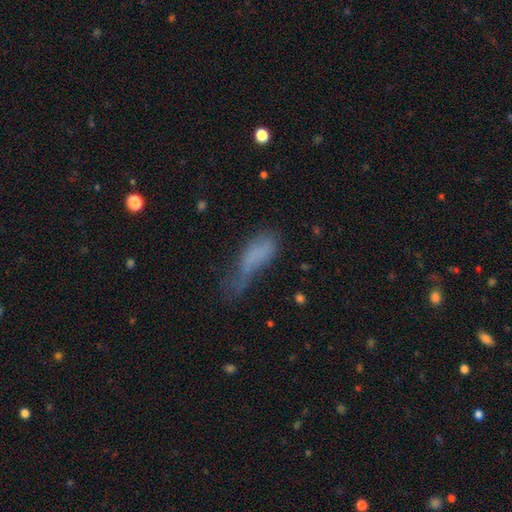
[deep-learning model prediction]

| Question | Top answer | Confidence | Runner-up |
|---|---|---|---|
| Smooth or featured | smooth | 67% | featured or disk (20%) |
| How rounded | in between | 61% | cigar-shaped (35%) |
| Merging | major disturbance | 41% | minor disturbance (28%) |